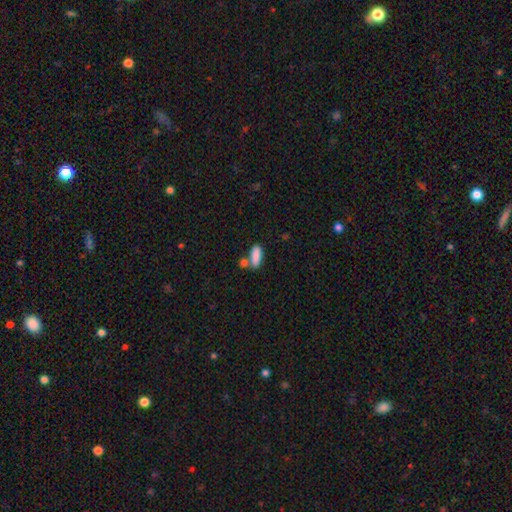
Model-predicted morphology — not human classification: smooth-or-featured: smooth: 87% | star or artifact: 7% | featured or disk: 6%
  how-rounded: in between: 71% | cigar-shaped: 26% | round: 3%
  merging: none: 58% | merger: 26% | minor disturbance: 12% | major disturbance: 4%